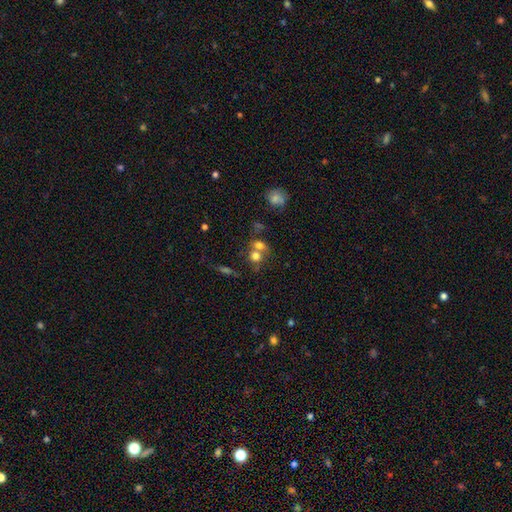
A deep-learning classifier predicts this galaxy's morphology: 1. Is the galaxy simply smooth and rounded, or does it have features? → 71% smooth, 16% featured or disk, 13% star or artifact.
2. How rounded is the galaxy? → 73% round, 26% in between, 1% cigar-shaped.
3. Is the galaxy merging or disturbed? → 54% merger, 33% none, 8% minor disturbance, 5% major disturbance.